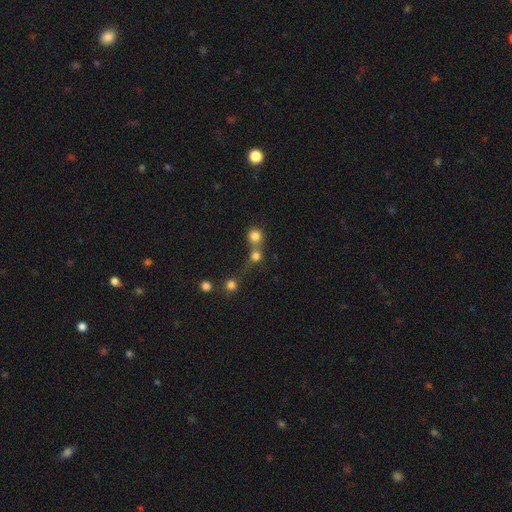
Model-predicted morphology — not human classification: A smooth galaxy with no disk features (76%) that is round (86%).

Vote fractions:
- Smooth or featured? smooth: 76% / star or artifact: 15% / featured or disk: 9%
- How rounded? round: 86% / in between: 12% / cigar-shaped: 2%
- Merging? merger: 48% / none: 41% / minor disturbance: 6% / major disturbance: 4%